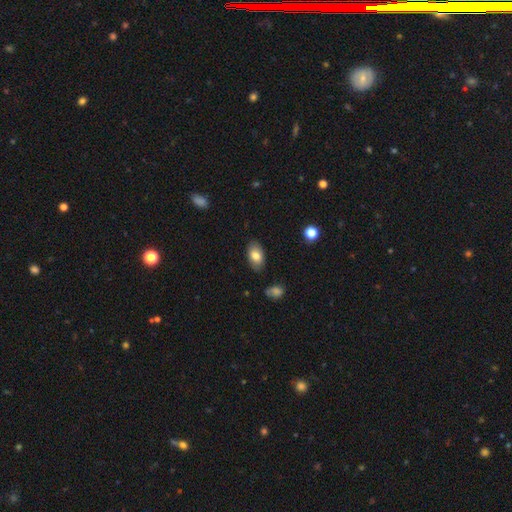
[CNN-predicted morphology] smooth 79%, featured or disk 13%, star or artifact 7%. Down the decision tree: how rounded — in between (92%); merging — none (85%).